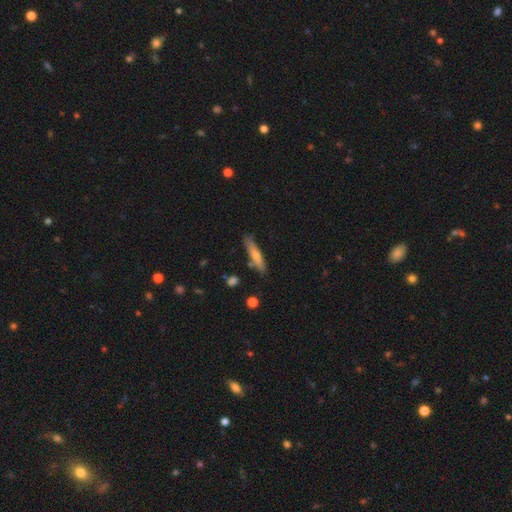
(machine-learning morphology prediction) smooth-or-featured: smooth: 66% | featured or disk: 28% | star or artifact: 6%
  how-rounded: cigar-shaped: 80% | in between: 19% | round: 2%
  merging: none: 73% | minor disturbance: 18% | merger: 5% | major disturbance: 4%